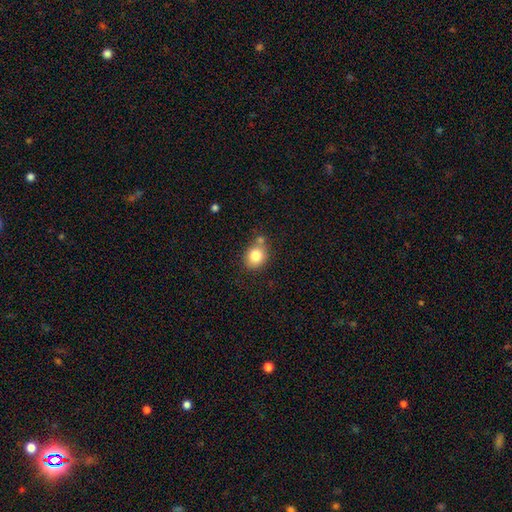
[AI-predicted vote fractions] A smooth galaxy with no disk features (82%) that is round (65%). Merging: none (65%).